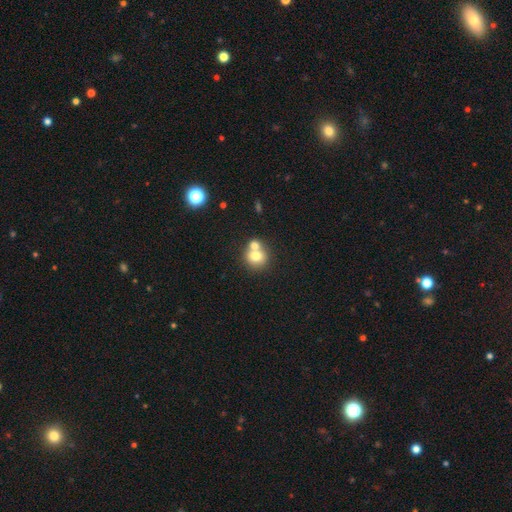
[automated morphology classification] type=smooth (73%); roundness=round (80%); merging=merger (50%).